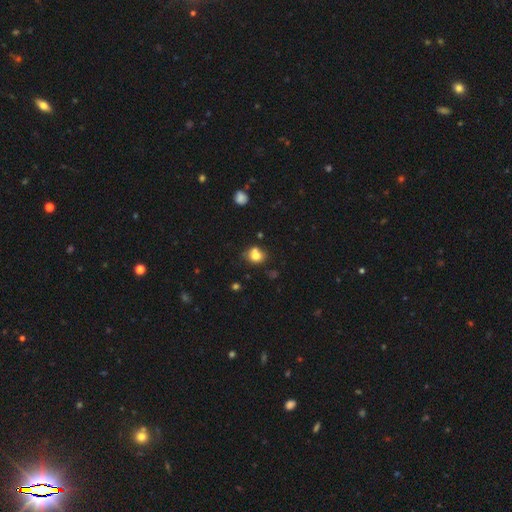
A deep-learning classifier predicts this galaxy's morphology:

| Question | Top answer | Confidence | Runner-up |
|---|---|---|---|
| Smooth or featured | smooth | 76% | star or artifact (12%) |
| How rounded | round | 70% | in between (29%) |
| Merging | none | 55% | merger (21%) |